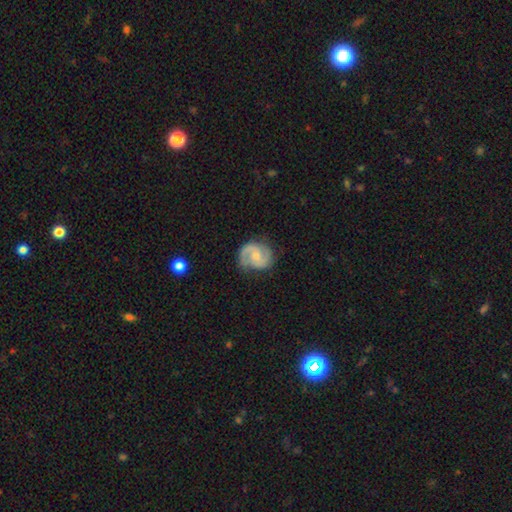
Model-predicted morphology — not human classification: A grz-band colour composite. It shows a featured or disk galaxy (82%) with no bar (53%), 2 (89%) medium (54%) spiral arms (96%) and a small central bulge (49%). Merging: none (76%).